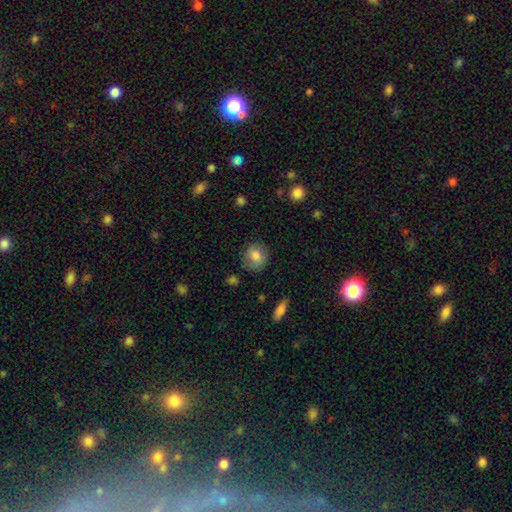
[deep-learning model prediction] A smooth galaxy with no disk features (79%) that is round (79%). Merging: none (80%).